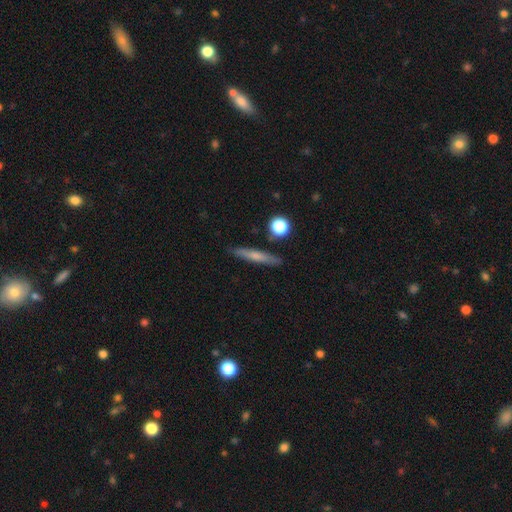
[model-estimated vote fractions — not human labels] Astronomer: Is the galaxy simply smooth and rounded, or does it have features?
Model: smooth — 56% (runner-up: featured or disk, 37%).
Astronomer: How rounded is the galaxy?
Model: cigar-shaped — 90%.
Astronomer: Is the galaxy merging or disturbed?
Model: none — 86%.